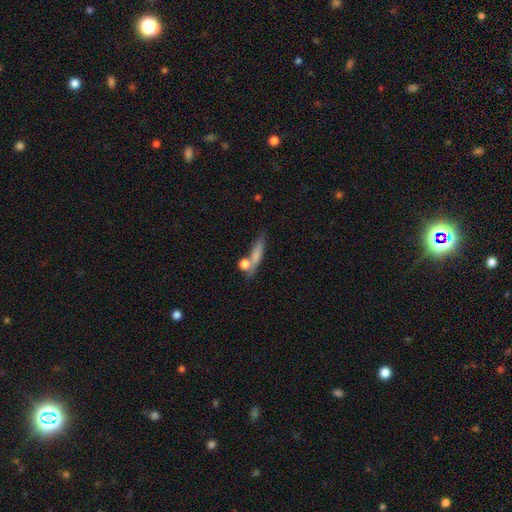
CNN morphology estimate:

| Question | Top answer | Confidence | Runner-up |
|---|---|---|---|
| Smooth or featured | smooth | 67% | featured or disk (24%) |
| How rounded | cigar-shaped | 68% | in between (21%) |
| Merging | none | 55% | merger (22%) |